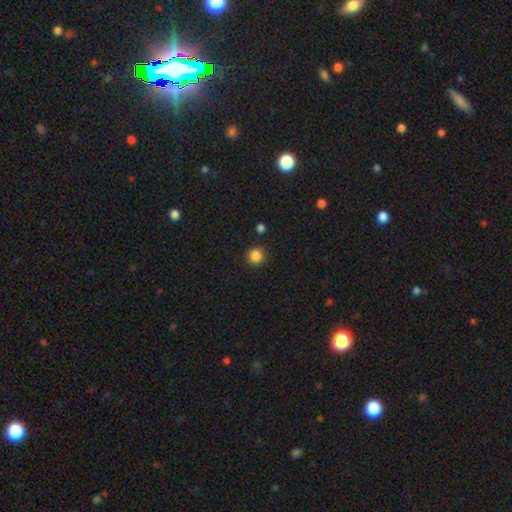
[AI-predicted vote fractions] This is clearly a smooth galaxy (86%). How rounded: clearly round (93%). Merging: clearly none (90%).